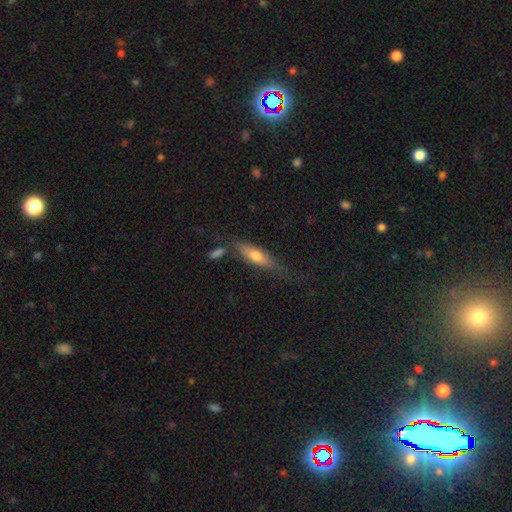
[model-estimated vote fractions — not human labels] smooth 53%, featured or disk 40%, star or artifact 7%. Down the decision tree: how rounded — cigar-shaped (66%); merging — none (63%).